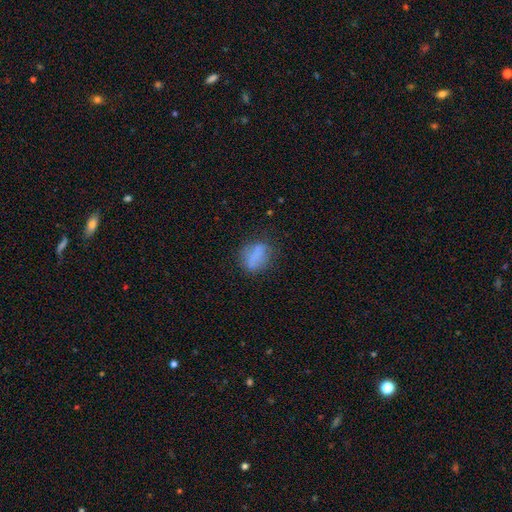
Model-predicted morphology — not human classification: Smooth or featured: smooth — 71% (featured or disk — 18%)
How rounded: in between — 56% (round — 37%)
Merging: none — 66% (minor disturbance — 20%)